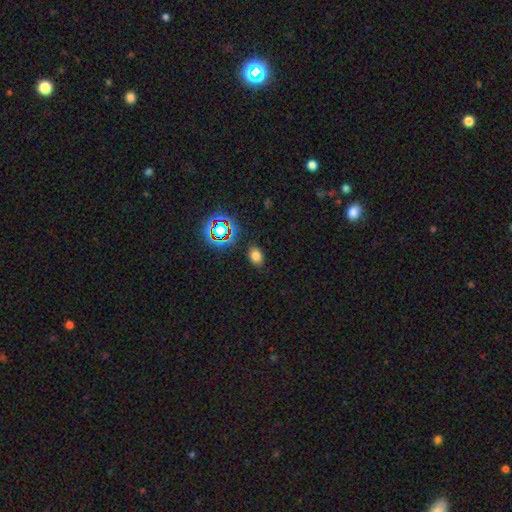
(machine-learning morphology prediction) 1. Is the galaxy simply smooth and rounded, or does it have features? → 73% smooth, 20% star or artifact, 8% featured or disk.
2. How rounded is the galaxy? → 74% in between, 25% round, 1% cigar-shaped.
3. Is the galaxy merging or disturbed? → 84% none, 11% minor disturbance, 3% major disturbance, 2% merger.